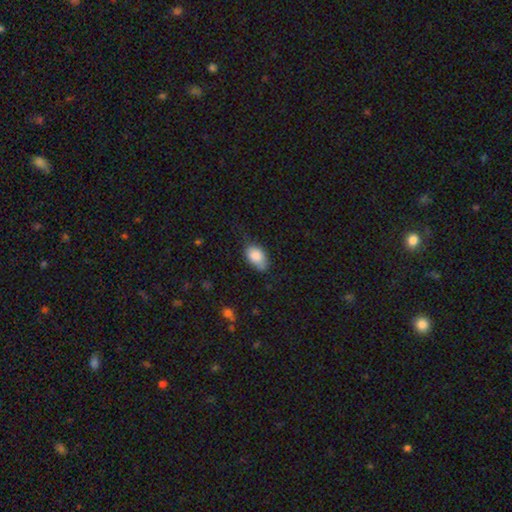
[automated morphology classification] Overall: smooth (85%). How rounded: in between (89%). Merging: none (57%; minor disturbance 33%).